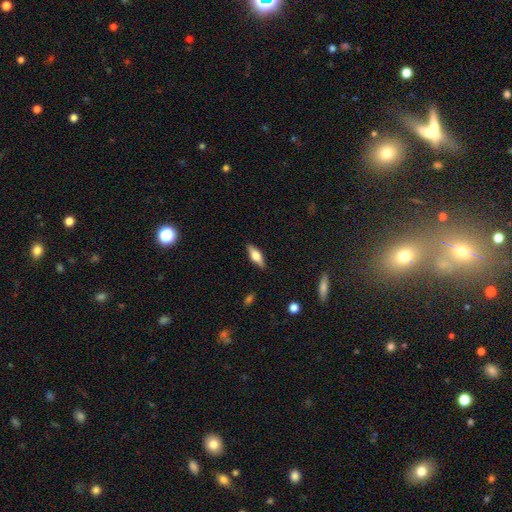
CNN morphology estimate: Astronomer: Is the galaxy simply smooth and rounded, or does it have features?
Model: featured or disk — 48% (runner-up: smooth, 44%).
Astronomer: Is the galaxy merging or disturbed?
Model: none — 87%.